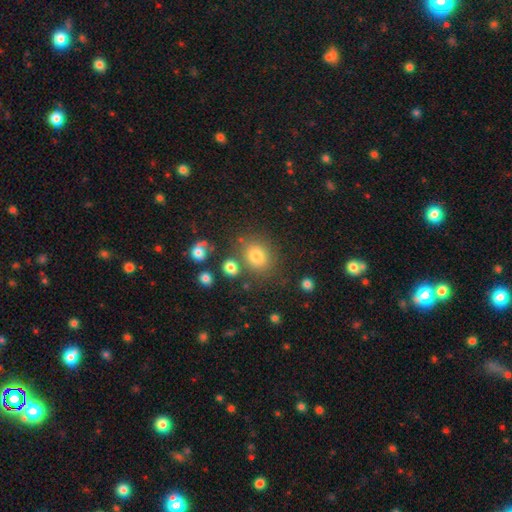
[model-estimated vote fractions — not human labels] Smooth or featured?
  - smooth: 78% *
  - star or artifact: 14%
  - featured or disk: 8%
How rounded?
  - round: 65% *
  - in between: 34%
  - cigar-shaped: 1%
Merging?
  - none: 73% *
  - minor disturbance: 12%
  - merger: 9%
  - major disturbance: 5%